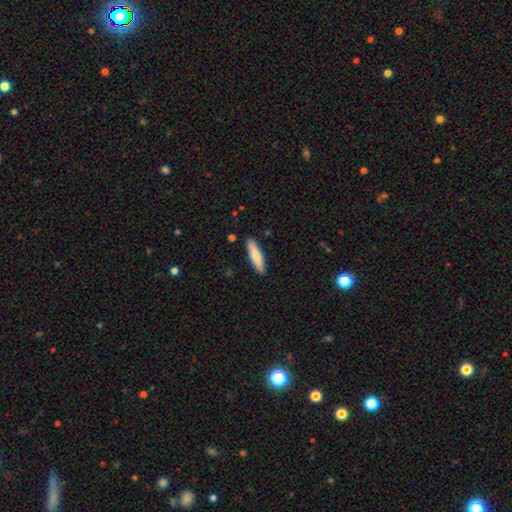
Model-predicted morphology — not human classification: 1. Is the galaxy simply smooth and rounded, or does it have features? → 81% smooth, 14% featured or disk, 5% star or artifact.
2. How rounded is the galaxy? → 76% cigar-shaped, 22% in between, 1% round.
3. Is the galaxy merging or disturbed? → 88% none, 9% minor disturbance, 2% major disturbance, 2% merger.